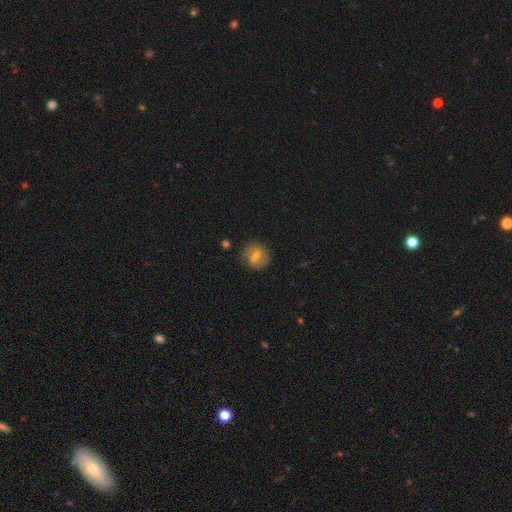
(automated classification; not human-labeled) Smooth or featured? Predicted: smooth (p=0.53). How rounded? Predicted: round (p=0.80). Merging? Predicted: none (p=0.75).